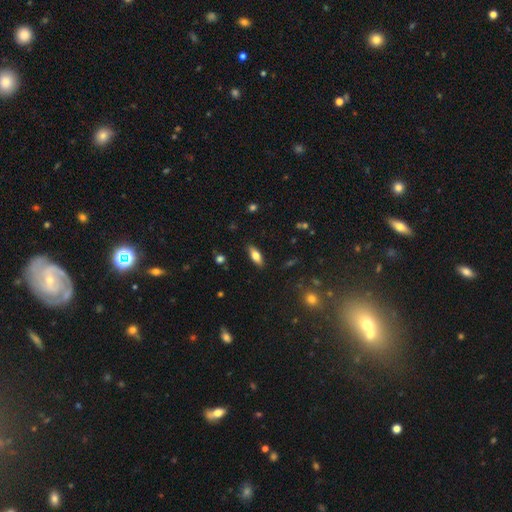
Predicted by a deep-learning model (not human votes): smooth 68%, featured or disk 25%, star or artifact 7%. Down the decision tree: how rounded — in between (74%); merging — none (87%).